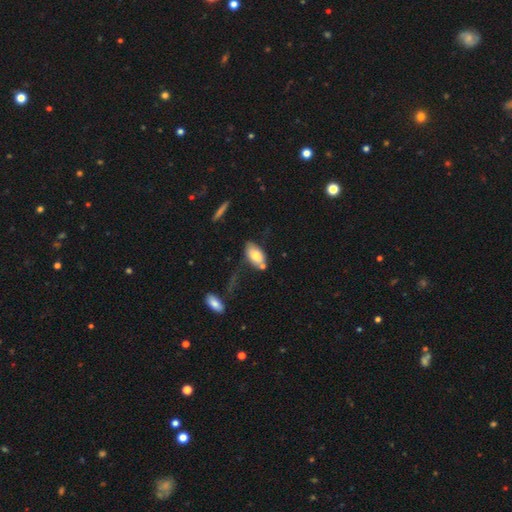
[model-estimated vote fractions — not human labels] Smooth or featured? smooth (70%)
How rounded? in between (92%)
Merging? none (50%)